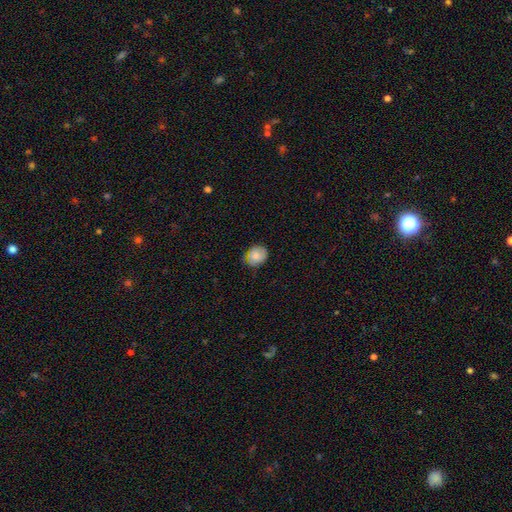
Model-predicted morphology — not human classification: Smooth or featured? Predicted: smooth (p=0.71). How rounded? Predicted: round (p=0.67). Merging? Predicted: none (p=0.72).